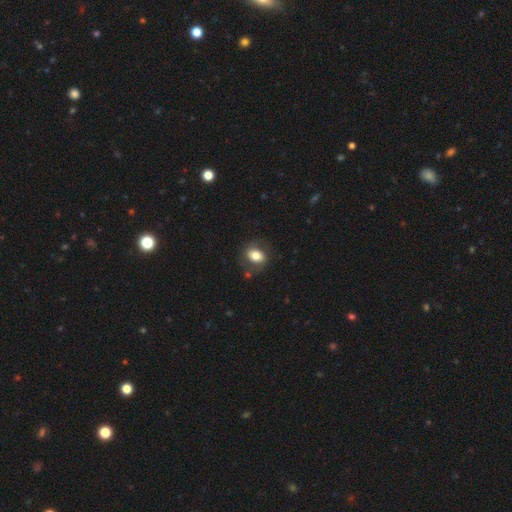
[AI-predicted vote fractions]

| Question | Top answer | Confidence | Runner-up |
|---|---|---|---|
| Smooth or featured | smooth | 72% | featured or disk (20%) |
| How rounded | in between | 66% | round (32%) |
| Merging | none | 72% | minor disturbance (17%) |